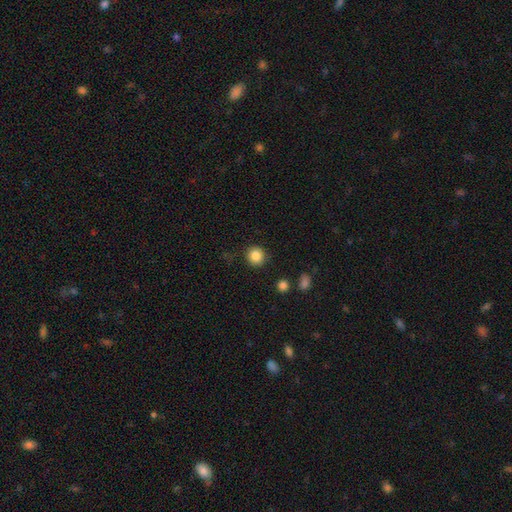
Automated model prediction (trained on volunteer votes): Smooth or featured?
  - smooth: 85% *
  - star or artifact: 10%
  - featured or disk: 5%
How rounded?
  - round: 92% *
  - in between: 7%
  - cigar-shaped: 1%
Merging?
  - none: 89% *
  - minor disturbance: 7%
  - major disturbance: 2%
  - merger: 2%